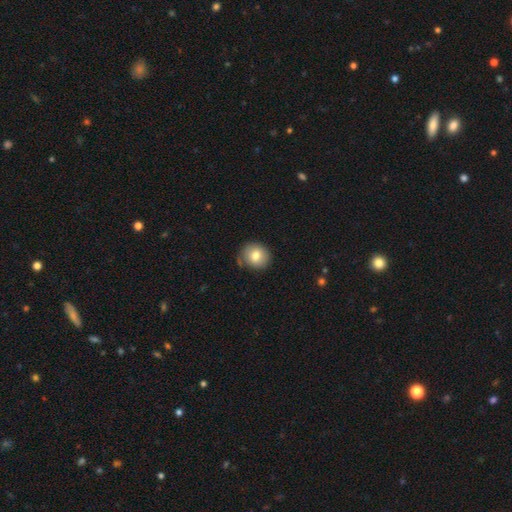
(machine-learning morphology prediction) smooth_or_featured: smooth (p=0.79) [alt: featured or disk p=0.12]
how_rounded: round (p=0.81) [alt: in between p=0.18]
merging: none (p=0.76) [alt: minor disturbance p=0.17]